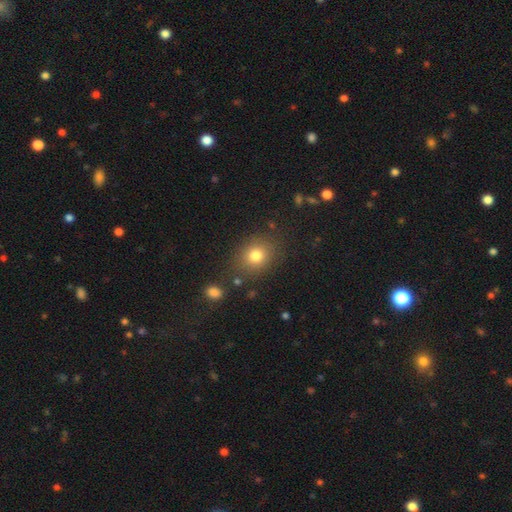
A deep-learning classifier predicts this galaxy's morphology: Smooth or featured? Predicted: smooth (p=0.79). How rounded? Predicted: round (p=0.63). Merging? Predicted: none (p=0.80).